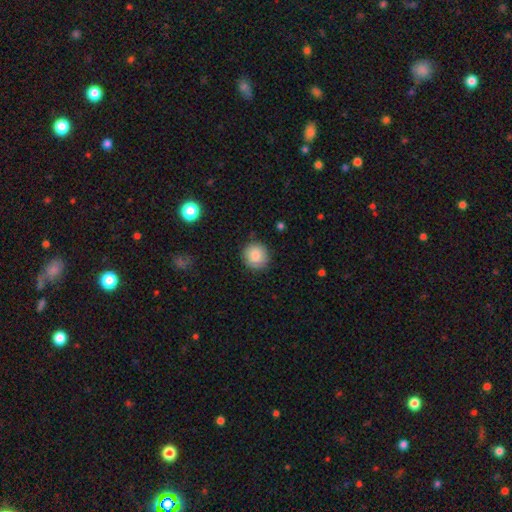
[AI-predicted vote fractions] Q: Smooth or featured?
A: smooth (87%); runner-up: star or artifact (8%)
Q: How rounded?
A: round (92%); runner-up: in between (7%)
Q: Merging?
A: none (88%); runner-up: minor disturbance (9%)